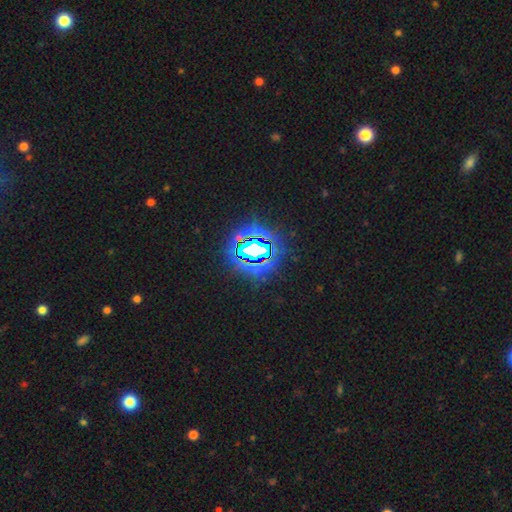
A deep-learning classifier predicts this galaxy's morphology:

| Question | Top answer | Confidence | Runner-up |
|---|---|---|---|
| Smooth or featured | star or artifact | 77% | smooth (12%) |